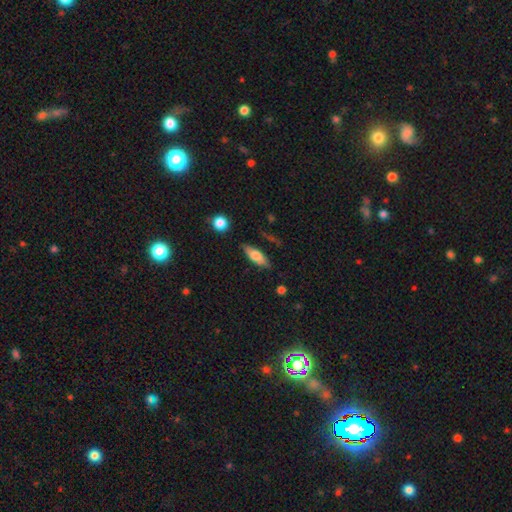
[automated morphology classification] A smooth galaxy with no disk features (64%) that is in between round and cigar-shaped (62%).

Vote fractions:
- Smooth or featured? smooth: 64% / featured or disk: 29% / star or artifact: 7%
- How rounded? in between: 62% / cigar-shaped: 35% / round: 3%
- Merging? none: 80% / minor disturbance: 15% / major disturbance: 3% / merger: 2%